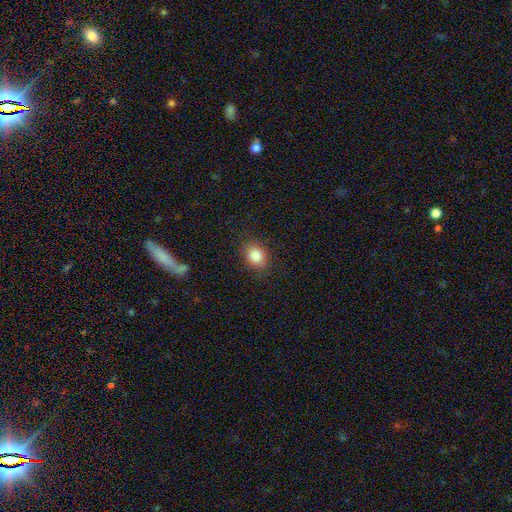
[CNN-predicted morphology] type=smooth (83%); roundness=in between (52%); merging=none (87%).